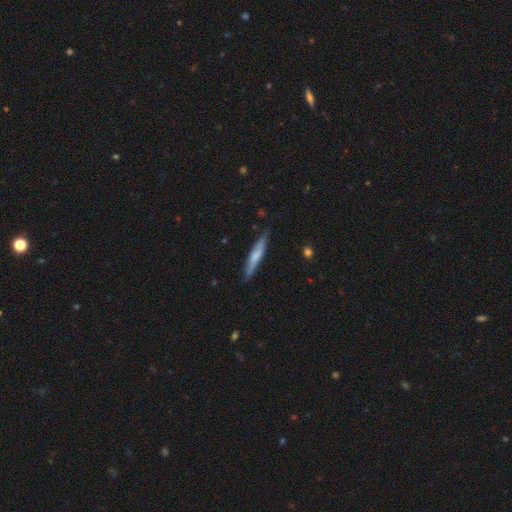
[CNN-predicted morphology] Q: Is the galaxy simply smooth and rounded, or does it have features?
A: smooth — 58%.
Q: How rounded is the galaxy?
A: cigar-shaped — 92%.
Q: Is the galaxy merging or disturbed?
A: none — 82%.